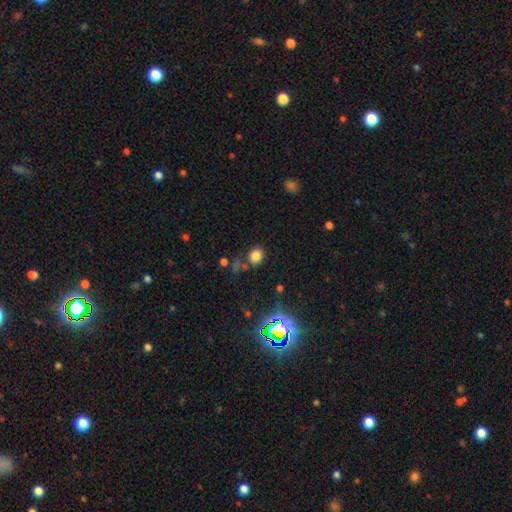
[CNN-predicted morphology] type=smooth (77%); roundness=round (67%); merging=none (76%).